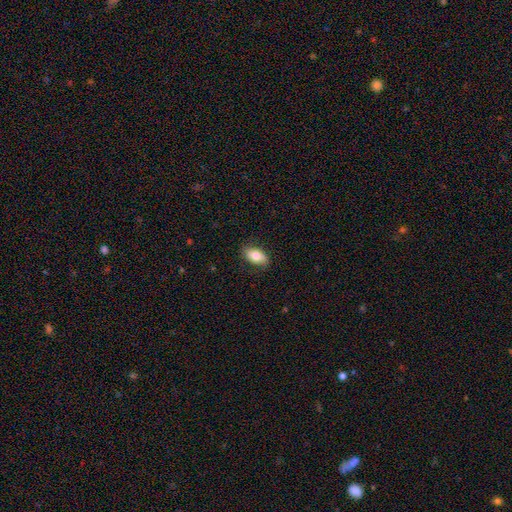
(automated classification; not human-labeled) A smooth galaxy with no disk features (79%) that is in between round and cigar-shaped (91%).

Vote fractions:
- Smooth or featured? smooth: 79% / featured or disk: 14% / star or artifact: 7%
- How rounded? in between: 91% / round: 5% / cigar-shaped: 4%
- Merging? none: 84% / minor disturbance: 12% / major disturbance: 3% / merger: 1%